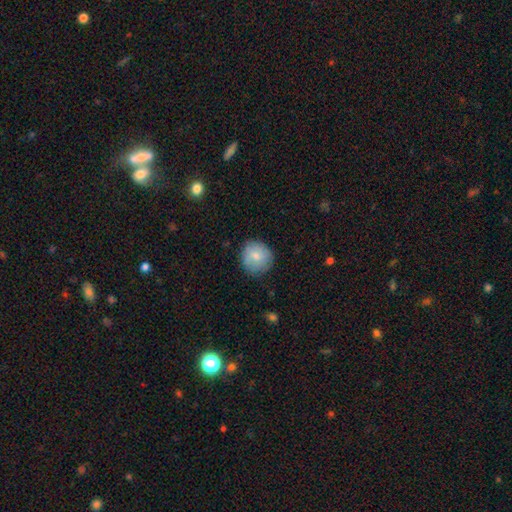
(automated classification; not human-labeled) Morphology: type=smooth (82%); roundness=round (91%); merging=none (82%).